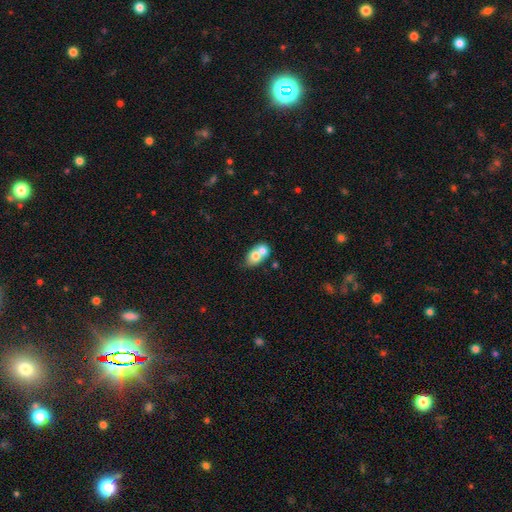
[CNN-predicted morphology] Overall: smooth (68%). How rounded: in between (62%; round 36%). Merging: merger (64%; none 25%).